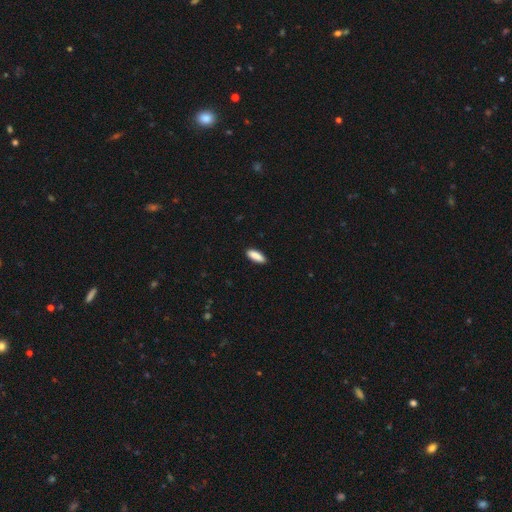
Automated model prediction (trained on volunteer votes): Smooth or featured: smooth — 89% (star or artifact — 6%)
How rounded: in between — 63% (cigar-shaped — 35%)
Merging: none — 89% (minor disturbance — 8%)